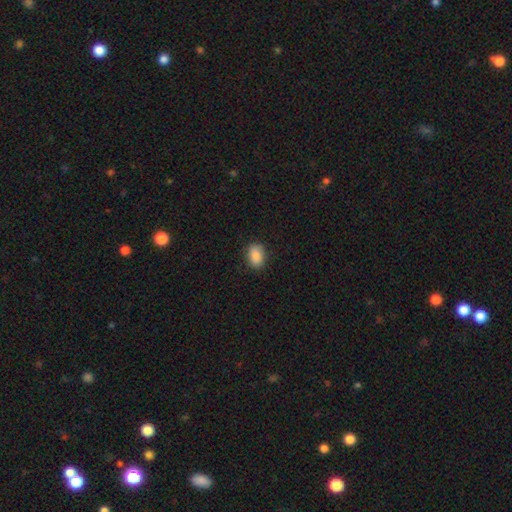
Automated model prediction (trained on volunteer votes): Smooth or featured? Predicted: smooth (p=0.89). How rounded? Predicted: in between (p=0.82). Merging? Predicted: none (p=0.85).